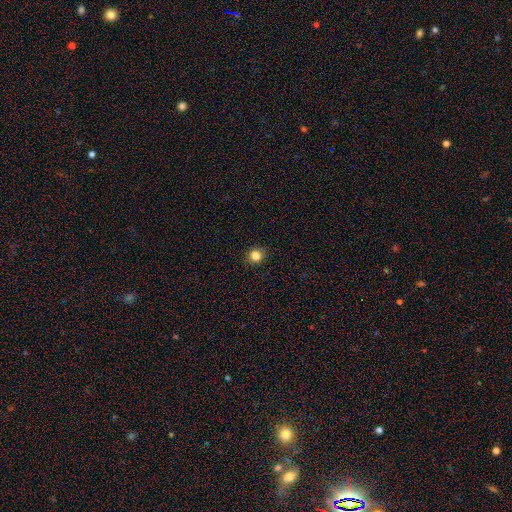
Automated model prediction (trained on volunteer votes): The model was most divided on "how rounded": round: 82%, in between: 17%, cigar-shaped: 1%. More confident: merging — none (89%); smooth or featured — smooth (83%).